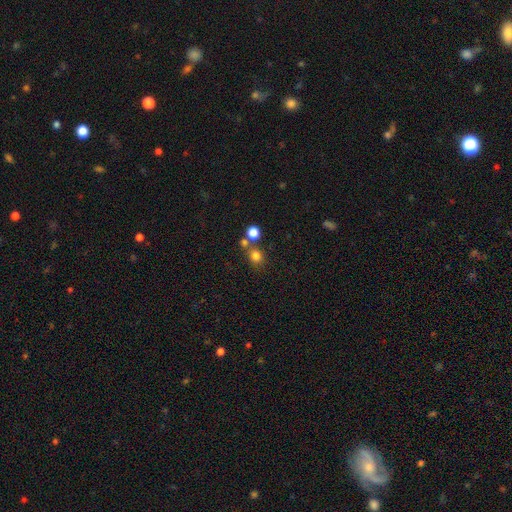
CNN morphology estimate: A smooth galaxy with no disk features (78%) that is round (81%).

Vote fractions:
- Smooth or featured? smooth: 78% / star or artifact: 15% / featured or disk: 7%
- How rounded? round: 81% / in between: 18% / cigar-shaped: 1%
- Merging? none: 63% / merger: 25% / minor disturbance: 8% / major disturbance: 4%